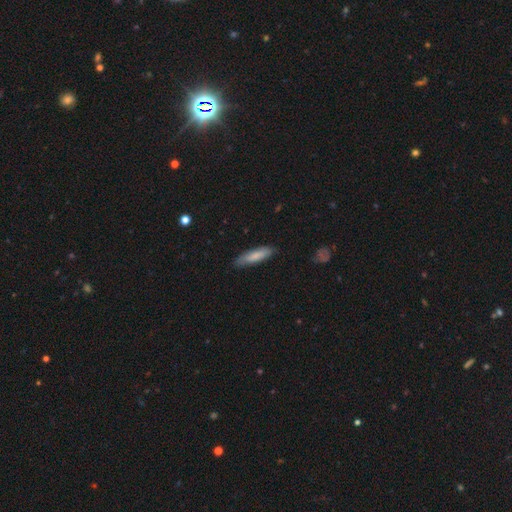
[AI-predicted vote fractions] smooth-or-featured: smooth: 80% | featured or disk: 15% | star or artifact: 5%
  how-rounded: cigar-shaped: 72% | in between: 27% | round: 1%
  merging: none: 81% | minor disturbance: 15% | major disturbance: 3% | merger: 1%